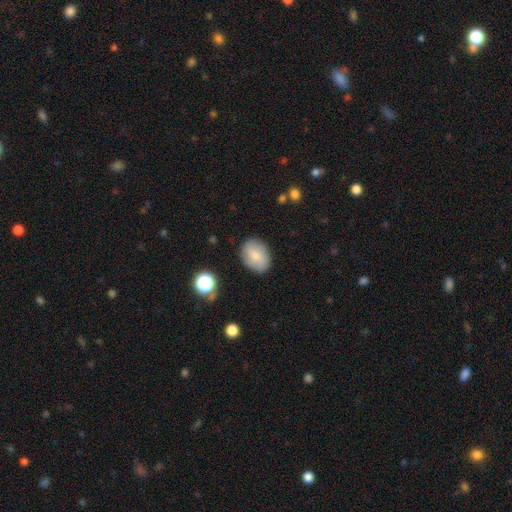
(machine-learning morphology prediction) smooth-or-featured: smooth: 80% | featured or disk: 12% | star or artifact: 8%
  how-rounded: in between: 72% | round: 27% | cigar-shaped: 1%
  merging: none: 84% | minor disturbance: 12% | major disturbance: 3% | merger: 1%